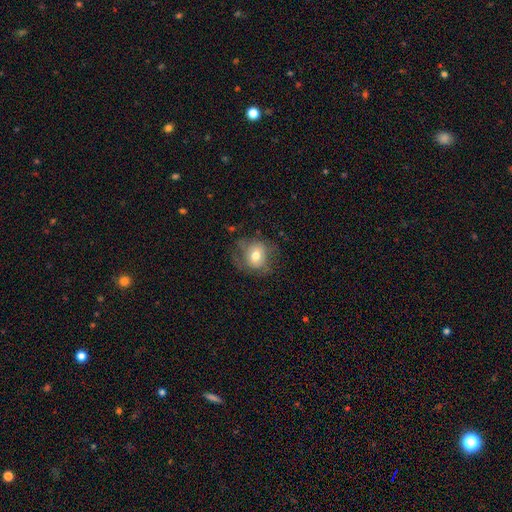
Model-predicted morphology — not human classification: smooth_or_featured: smooth (p=0.64) [alt: featured or disk p=0.26]
how_rounded: round (p=0.70) [alt: in between p=0.29]
merging: none (p=0.56) [alt: minor disturbance p=0.24]